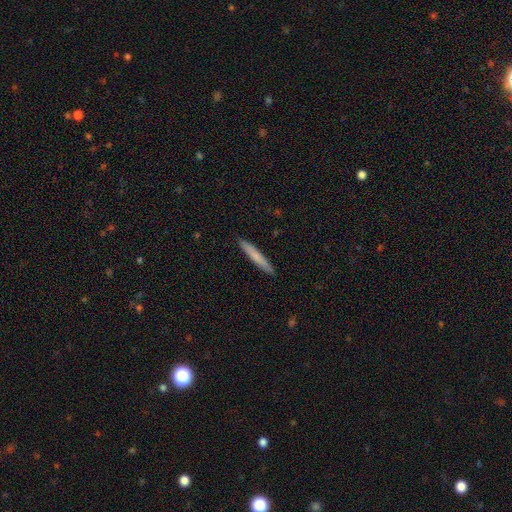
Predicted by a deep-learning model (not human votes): A smooth galaxy with no disk features (72%) that is cigar-shaped (95%).

Vote fractions:
- Smooth or featured? smooth: 72% / featured or disk: 23% / star or artifact: 6%
- How rounded? cigar-shaped: 95% / in between: 4% / round: 1%
- Merging? none: 91% / minor disturbance: 6% / major disturbance: 1% / merger: 1%